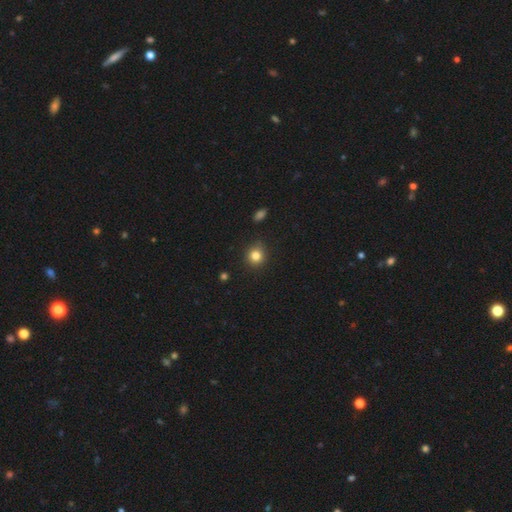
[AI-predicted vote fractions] Morphology: type=smooth (82%); roundness=round (88%); merging=none (86%).